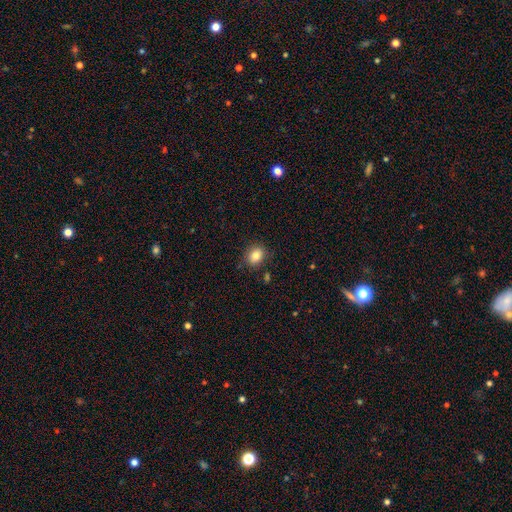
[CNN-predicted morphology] This is clearly a smooth galaxy (83%). How rounded: possibly round (53%). Merging: clearly none (85%).